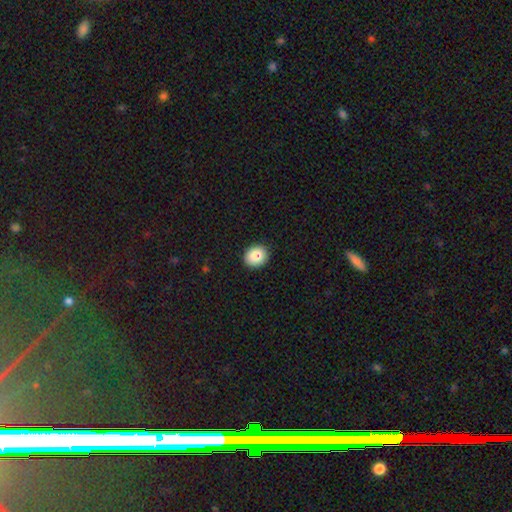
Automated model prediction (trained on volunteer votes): Smooth or featured? smooth (84%)
How rounded? round (70%)
Merging? none (91%)